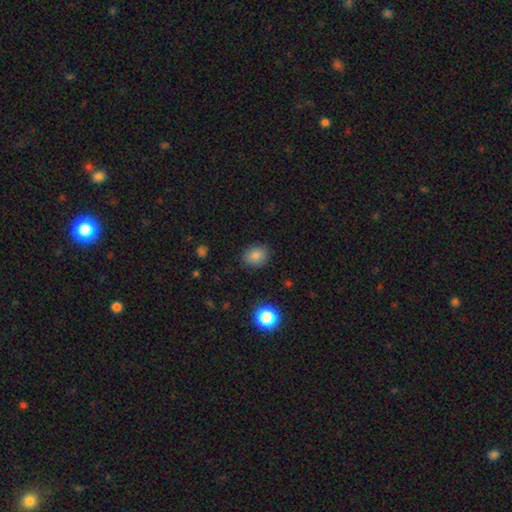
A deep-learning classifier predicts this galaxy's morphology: A smooth galaxy with no disk features (83%) that is round (65%). Merging: none (86%).